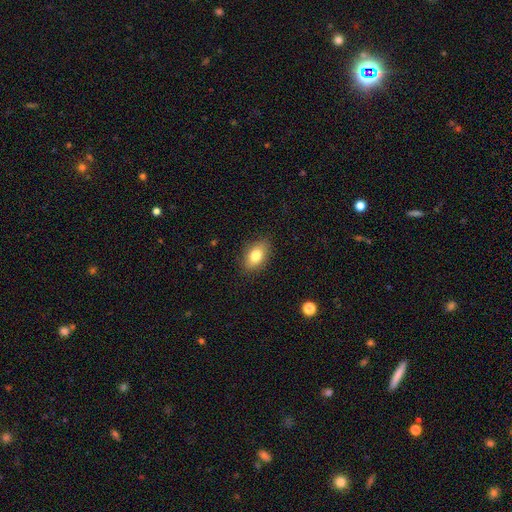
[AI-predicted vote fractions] Smooth or featured? smooth (81%)
How rounded? in between (88%)
Merging? none (86%)